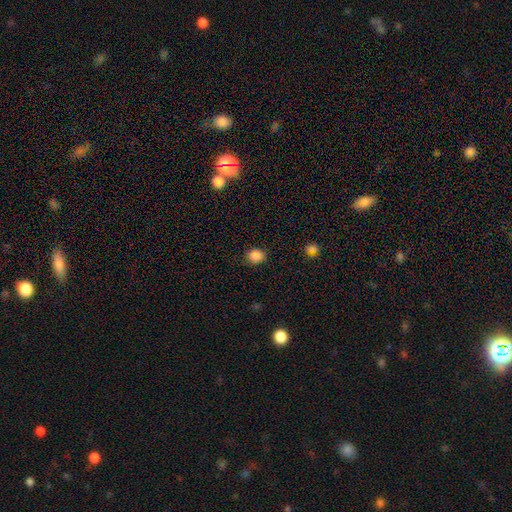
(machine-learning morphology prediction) Smooth or featured: smooth — 86% (star or artifact — 11%)
How rounded: round — 71% (in between — 28%)
Merging: none — 85% (minor disturbance — 11%)